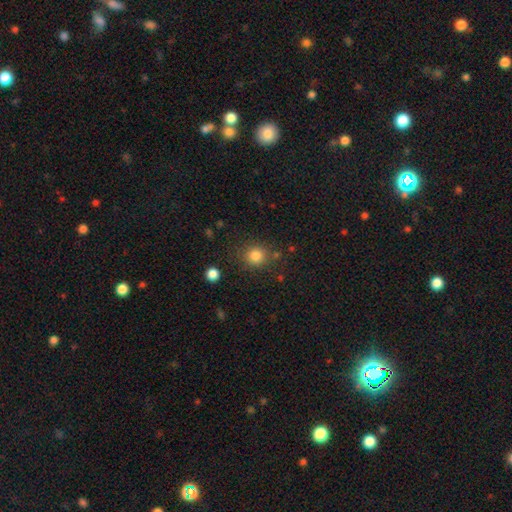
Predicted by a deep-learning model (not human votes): A smooth galaxy with no disk features (83%) that is round (85%). Merging: none (82%).